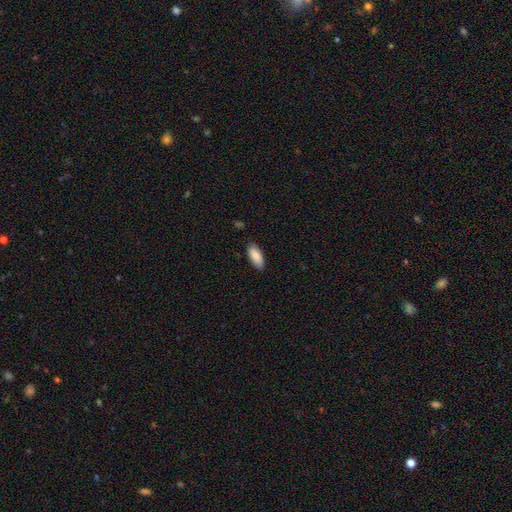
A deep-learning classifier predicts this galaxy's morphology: Smooth or featured? smooth (89%)
How rounded? in between (85%)
Merging? none (82%)